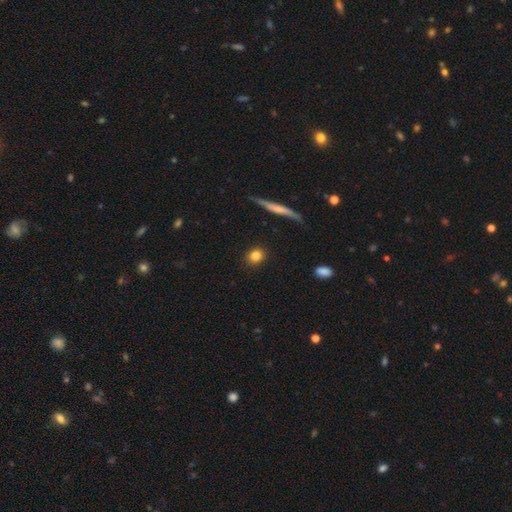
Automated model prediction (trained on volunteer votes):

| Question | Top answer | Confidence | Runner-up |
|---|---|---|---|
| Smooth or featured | smooth | 83% | star or artifact (9%) |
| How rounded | round | 76% | in between (21%) |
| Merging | none | 90% | minor disturbance (7%) |